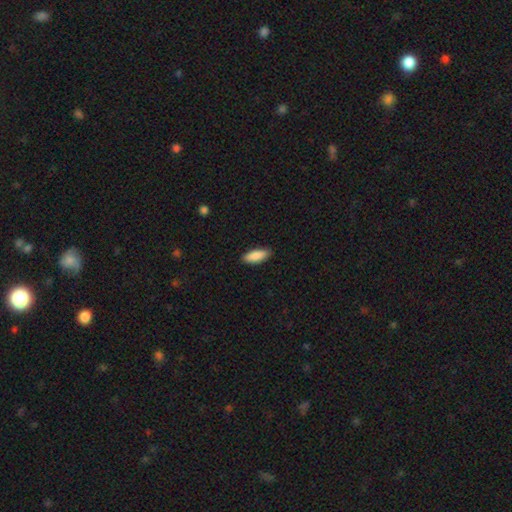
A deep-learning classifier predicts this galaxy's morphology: A smooth galaxy with no disk features (89%) that is in between round and cigar-shaped (70%).

Vote fractions:
- Smooth or featured? smooth: 89% / star or artifact: 6% / featured or disk: 5%
- How rounded? in between: 70% / cigar-shaped: 28% / round: 2%
- Merging? none: 89% / minor disturbance: 8% / major disturbance: 2% / merger: 1%